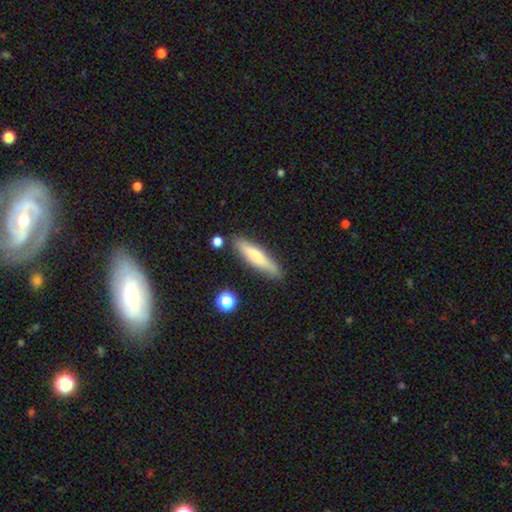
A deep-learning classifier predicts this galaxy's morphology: A smooth galaxy with no disk features (66%) that is cigar-shaped (82%).

Vote fractions:
- Smooth or featured? smooth: 66% / featured or disk: 28% / star or artifact: 6%
- How rounded? cigar-shaped: 82% / in between: 16% / round: 2%
- Merging? none: 81% / minor disturbance: 13% / merger: 4% / major disturbance: 3%